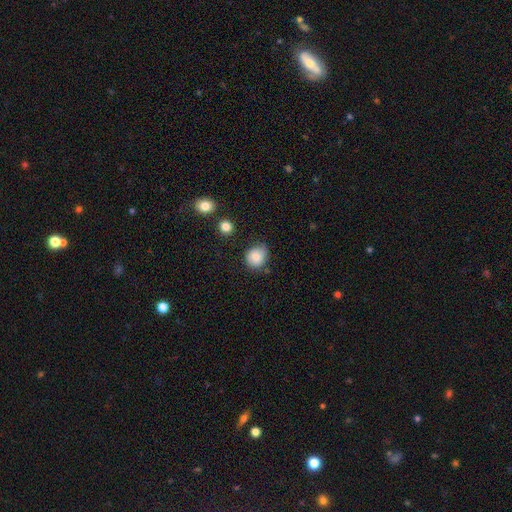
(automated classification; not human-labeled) A smooth galaxy with no disk features (79%) that is round (74%).

Vote fractions:
- Smooth or featured? smooth: 79% / featured or disk: 12% / star or artifact: 9%
- How rounded? round: 74% / in between: 25% / cigar-shaped: 1%
- Merging? none: 66% / minor disturbance: 26% / major disturbance: 5% / merger: 3%